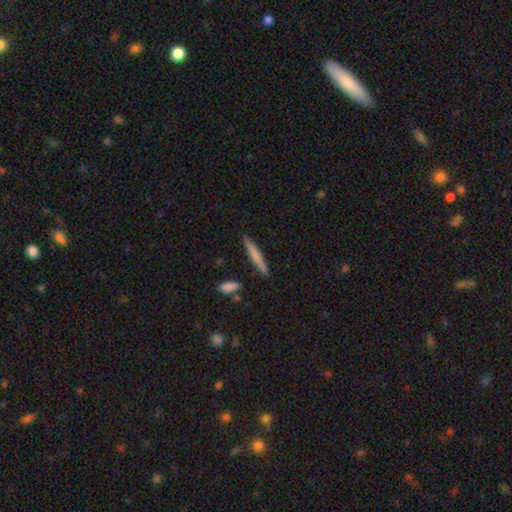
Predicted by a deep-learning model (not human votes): A smooth galaxy with no disk features (67%) that is cigar-shaped (95%).

Vote fractions:
- Smooth or featured? smooth: 67% / featured or disk: 28% / star or artifact: 5%
- How rounded? cigar-shaped: 95% / in between: 4% / round: 2%
- Merging? none: 89% / minor disturbance: 7% / merger: 2% / major disturbance: 2%